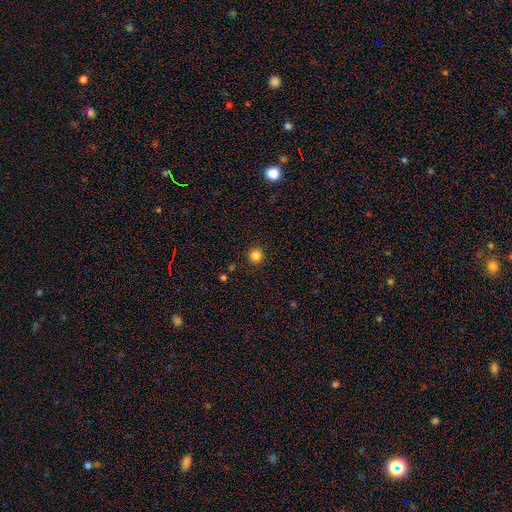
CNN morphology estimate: Smooth or featured: smooth — 83% (star or artifact — 12%)
How rounded: round — 95% (in between — 4%)
Merging: none — 92% (minor disturbance — 5%)